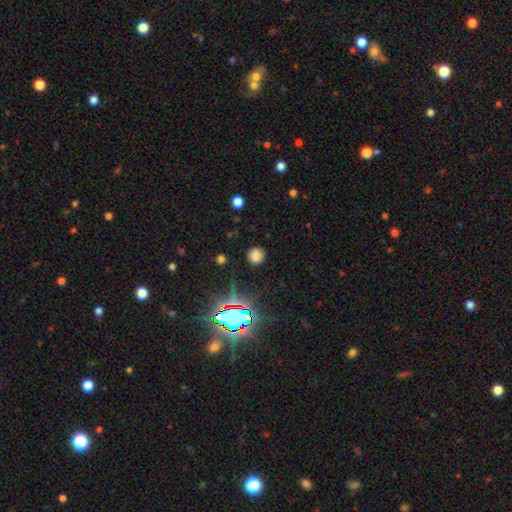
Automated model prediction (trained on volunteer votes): This appears to be a smooth galaxy with no disk features (72%) that is round (88%). Merging: none (86%).